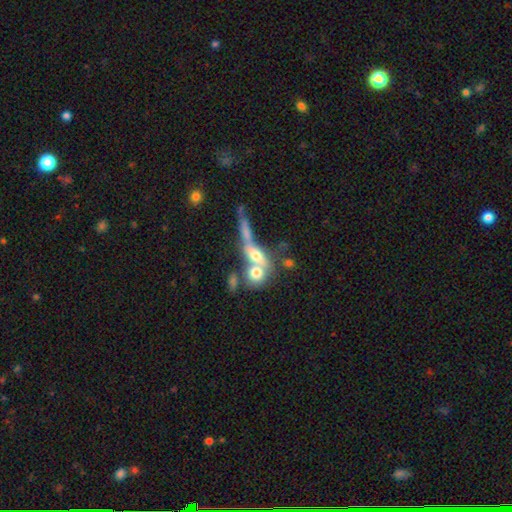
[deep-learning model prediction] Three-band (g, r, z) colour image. It shows a smooth galaxy with no disk features (56%) that is in between round and cigar-shaped (43%). Merging: merger (59%).